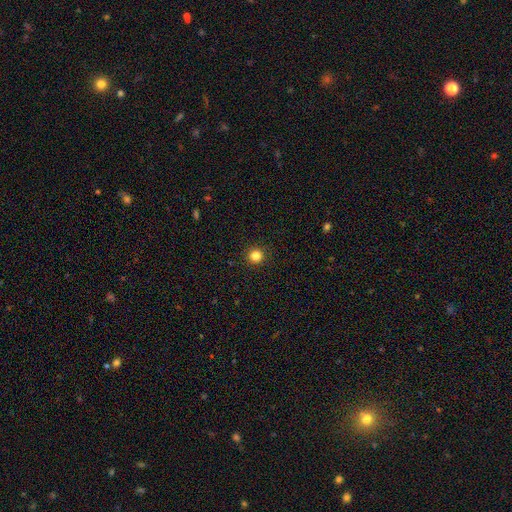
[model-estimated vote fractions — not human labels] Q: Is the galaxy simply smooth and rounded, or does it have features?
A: smooth — 84%.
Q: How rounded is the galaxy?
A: round — 95%.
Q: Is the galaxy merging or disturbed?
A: none — 93%.